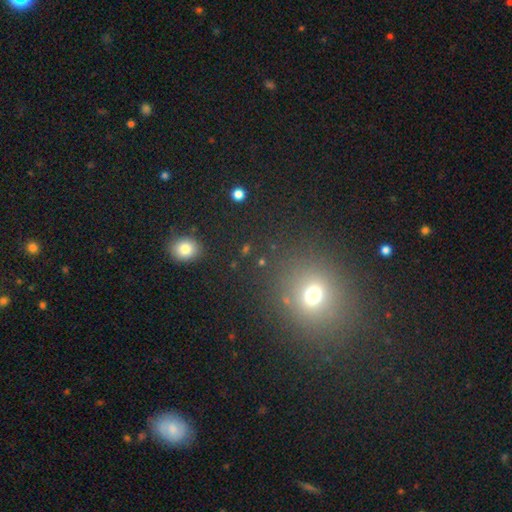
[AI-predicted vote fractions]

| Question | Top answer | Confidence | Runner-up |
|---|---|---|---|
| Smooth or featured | smooth | 55% | star or artifact (38%) |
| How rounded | round | 76% | in between (22%) |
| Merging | none | 88% | minor disturbance (7%) |